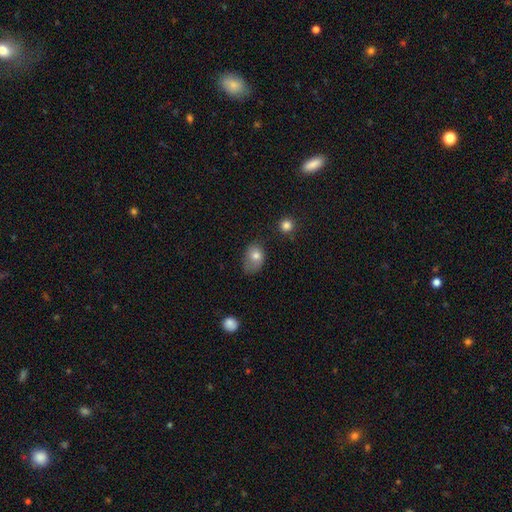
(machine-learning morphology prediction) smooth 77%, featured or disk 13%, star or artifact 10%. Down the decision tree: how rounded — in between (64%); merging — minor disturbance (39%).